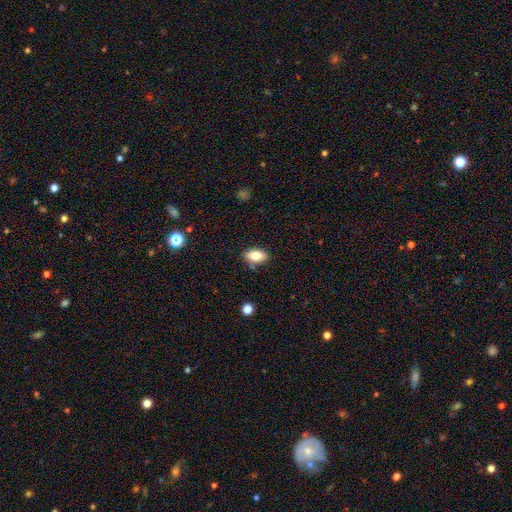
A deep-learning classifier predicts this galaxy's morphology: A smooth galaxy with no disk features (78%) that is in between round and cigar-shaped (87%). Merging: none (82%).